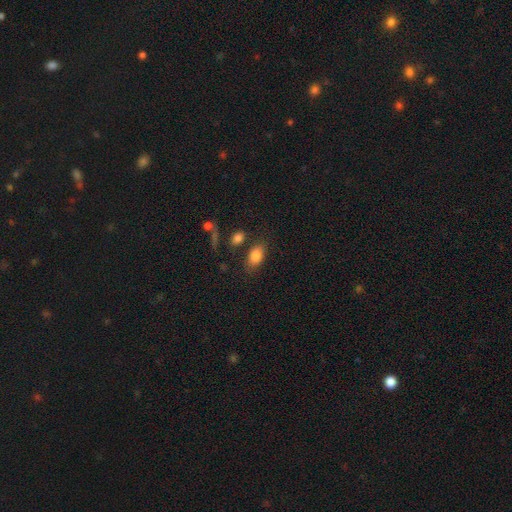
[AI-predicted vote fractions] Morphology: type=smooth (84%); roundness=in between (87%); merging=none (75%).